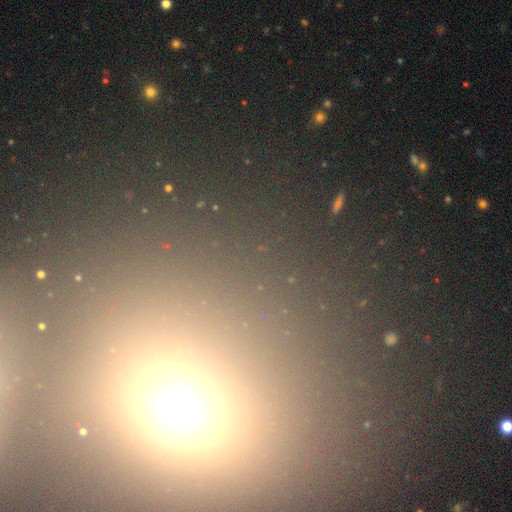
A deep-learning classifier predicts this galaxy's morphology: smooth_or_featured: star or artifact (p=0.49) [alt: smooth p=0.41]